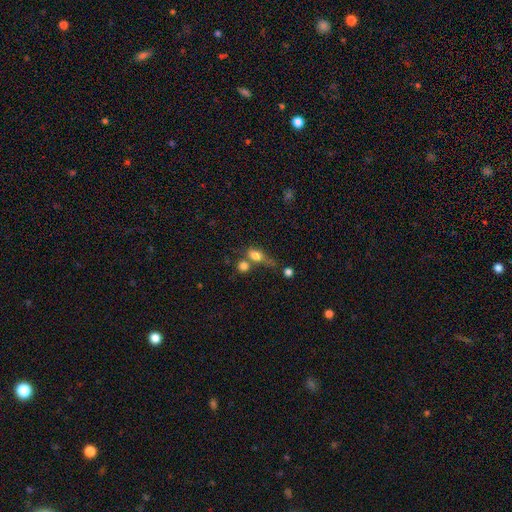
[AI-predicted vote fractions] smooth-or-featured: smooth: 76% | featured or disk: 13% | star or artifact: 11%
  how-rounded: in between: 62% | round: 29% | cigar-shaped: 8%
  merging: merger: 38% | none: 31% | minor disturbance: 17% | major disturbance: 14%